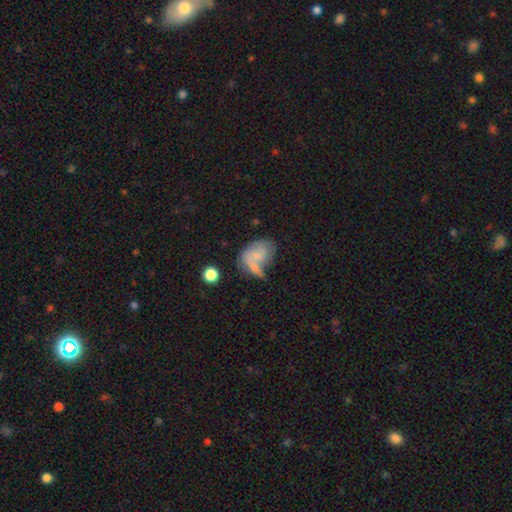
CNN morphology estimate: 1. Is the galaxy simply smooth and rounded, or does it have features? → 49% smooth, 42% featured or disk, 9% star or artifact.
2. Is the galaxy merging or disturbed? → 35% merger, 31% none, 20% minor disturbance, 14% major disturbance.